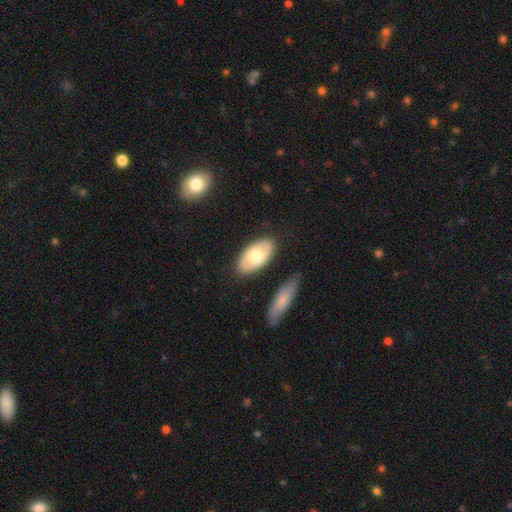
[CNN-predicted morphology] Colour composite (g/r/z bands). It shows a smooth galaxy with no disk features (64%) that is in between round and cigar-shaped (94%). Merging: none (81%).